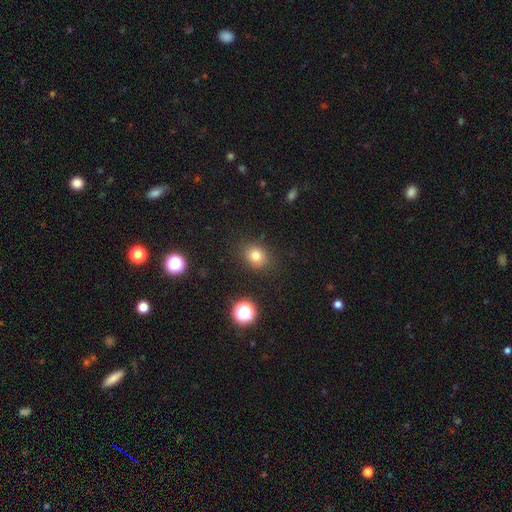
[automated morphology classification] Overall: smooth (77%). How rounded: round (62%; in between 37%). Merging: none (86%).